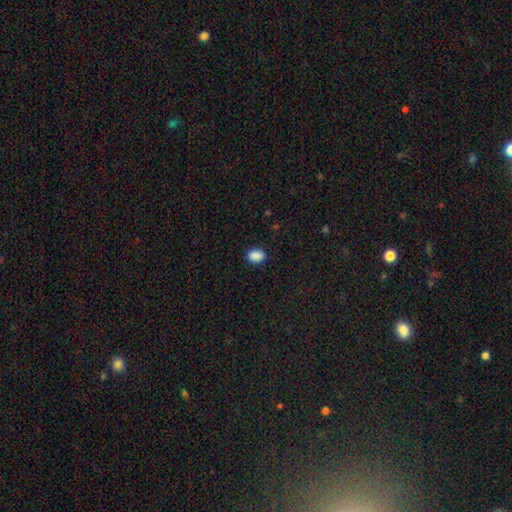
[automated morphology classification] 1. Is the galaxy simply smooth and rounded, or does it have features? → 89% smooth, 8% star or artifact, 2% featured or disk.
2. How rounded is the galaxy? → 76% in between, 23% round, 1% cigar-shaped.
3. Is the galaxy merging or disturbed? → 89% none, 8% minor disturbance, 2% major disturbance, 1% merger.